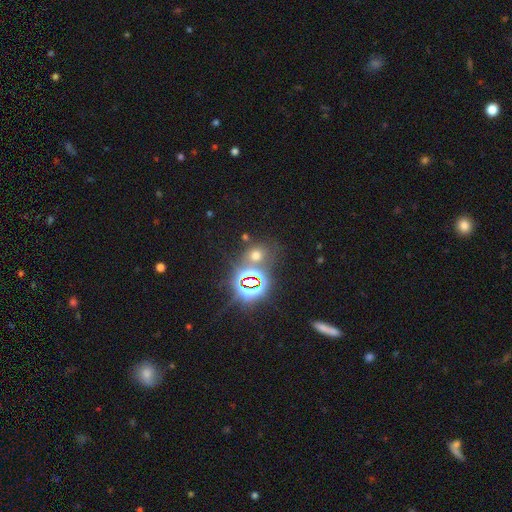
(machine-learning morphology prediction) The model was most divided on "smooth or featured" (2-way tie): star or artifact: 46%, smooth: 46%, featured or disk: 8%.